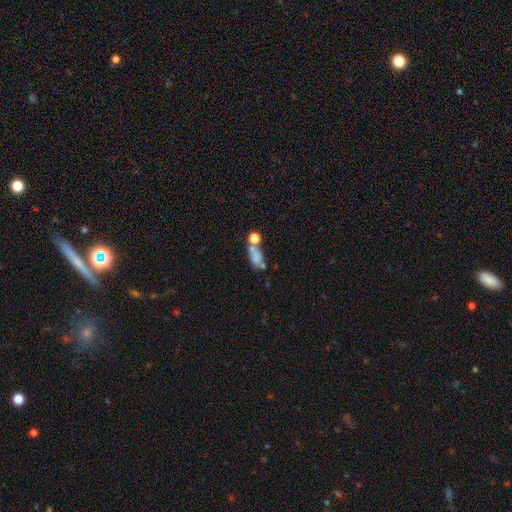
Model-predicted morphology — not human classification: A smooth galaxy with no disk features (68%) that is in between round and cigar-shaped (75%). Merging: merger (38%).